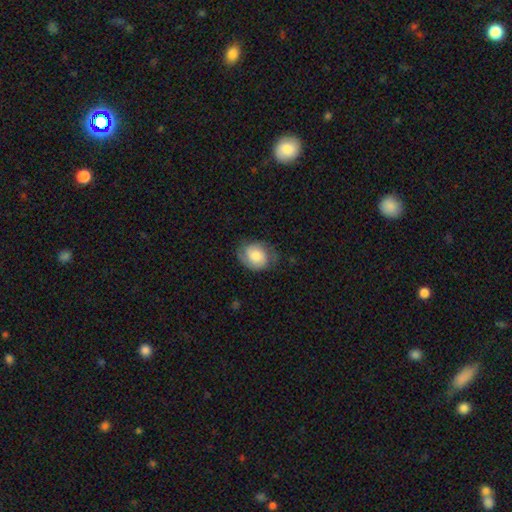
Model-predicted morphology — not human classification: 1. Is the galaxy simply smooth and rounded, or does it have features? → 55% smooth, 38% featured or disk, 8% star or artifact.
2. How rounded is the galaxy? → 54% in between, 45% round, 1% cigar-shaped.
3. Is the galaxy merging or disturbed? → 65% none, 25% minor disturbance, 9% major disturbance, 1% merger.